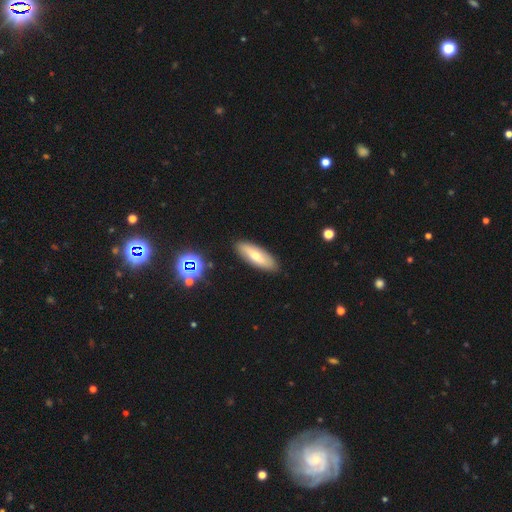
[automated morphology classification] A smooth galaxy with no disk features (59%) that is in between round and cigar-shaped (62%). Merging: none (88%).